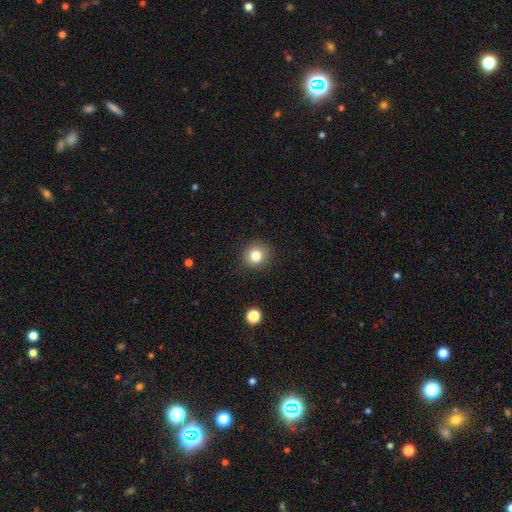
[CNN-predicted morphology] The model was most divided on "smooth or featured": smooth: 81%, star or artifact: 11%, featured or disk: 7%. More confident: how rounded — round (91%); merging — none (90%).